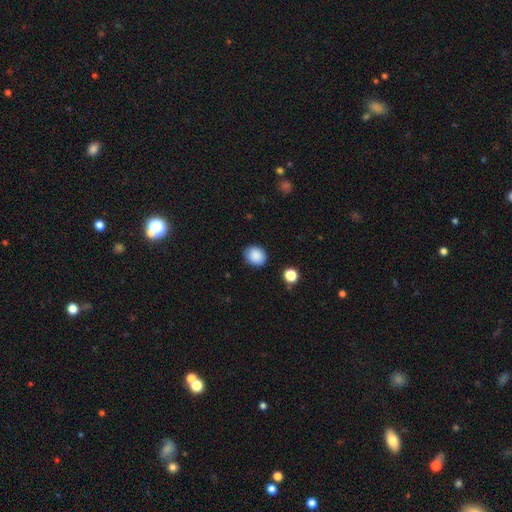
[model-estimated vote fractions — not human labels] Smooth or featured?
  - smooth: 88% *
  - star or artifact: 8%
  - featured or disk: 4%
How rounded?
  - round: 61% *
  - in between: 38%
  - cigar-shaped: 1%
Merging?
  - none: 84% *
  - minor disturbance: 11%
  - major disturbance: 3%
  - merger: 2%